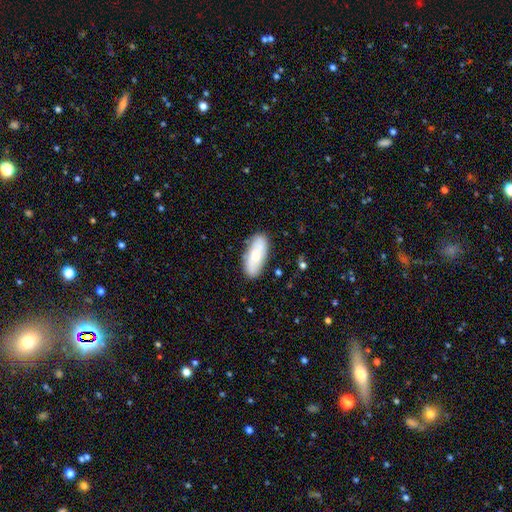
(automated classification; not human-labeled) This appears to be a smooth galaxy with no disk features (61%) that is in between round and cigar-shaped (81%). Merging: none (81%).